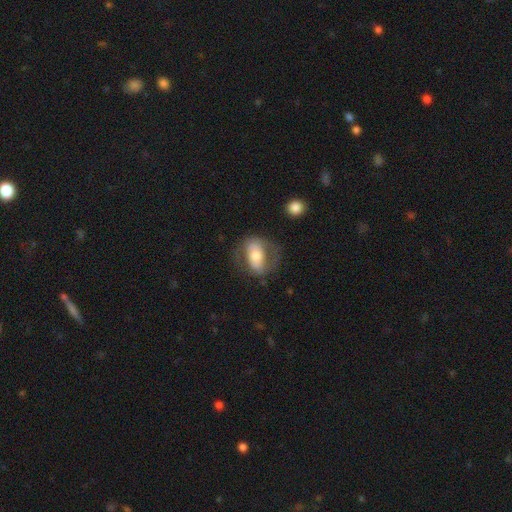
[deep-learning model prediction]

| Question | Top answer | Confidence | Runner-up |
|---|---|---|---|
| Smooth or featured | smooth | 48% | featured or disk (46%) |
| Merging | none | 58% | minor disturbance (21%) |